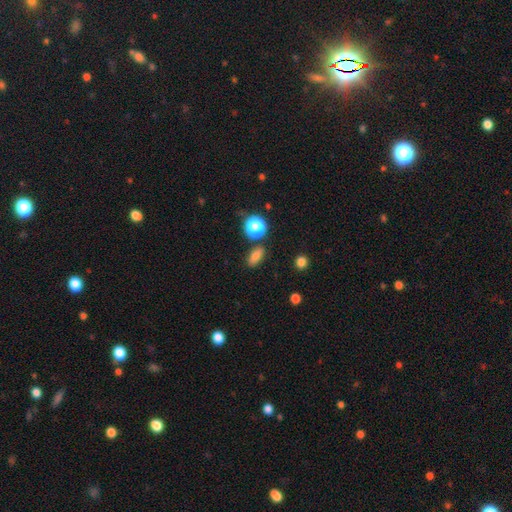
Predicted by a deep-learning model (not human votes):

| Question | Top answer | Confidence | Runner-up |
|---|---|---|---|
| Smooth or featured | smooth | 76% | star or artifact (14%) |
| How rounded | in between | 78% | round (14%) |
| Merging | none | 83% | minor disturbance (10%) |